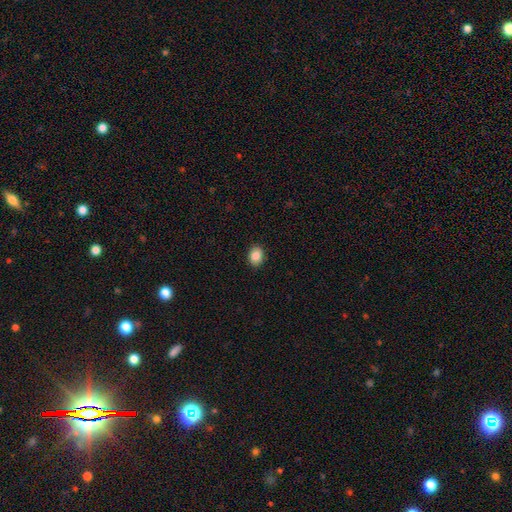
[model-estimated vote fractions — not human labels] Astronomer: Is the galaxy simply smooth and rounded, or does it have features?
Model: smooth — 87%.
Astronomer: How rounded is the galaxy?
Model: in between — 69%.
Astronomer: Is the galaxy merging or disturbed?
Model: none — 90%.